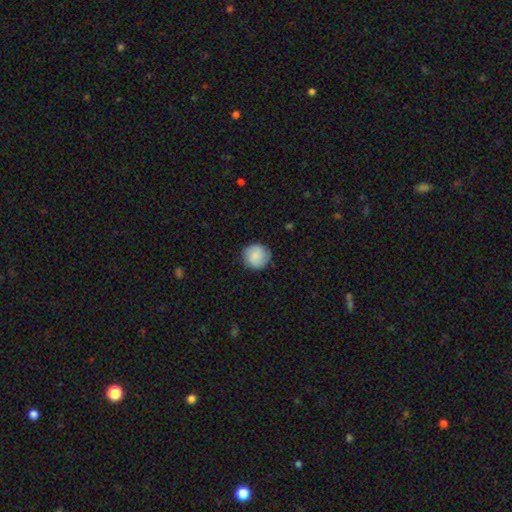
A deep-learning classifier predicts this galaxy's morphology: Overall: smooth (81%). How rounded: round (92%). Merging: none (84%).